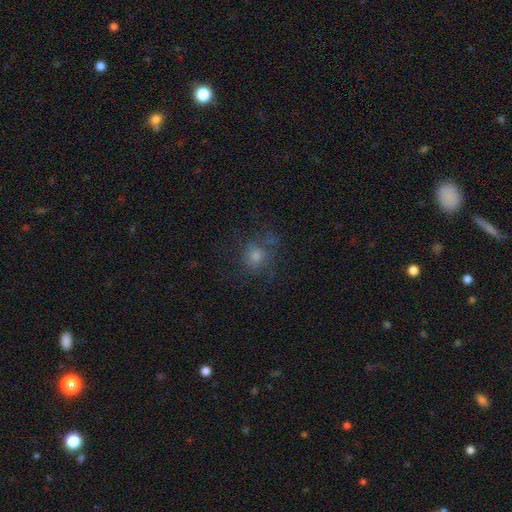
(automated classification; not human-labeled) This is possibly a smooth galaxy (49%). Merging: likely none (63%).